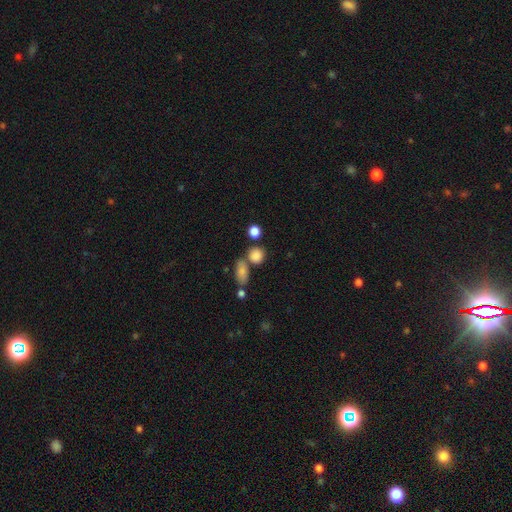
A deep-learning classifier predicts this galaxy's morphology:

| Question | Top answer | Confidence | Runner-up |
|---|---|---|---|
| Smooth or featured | smooth | 84% | star or artifact (10%) |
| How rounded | round | 73% | in between (24%) |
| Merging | none | 63% | merger (22%) |